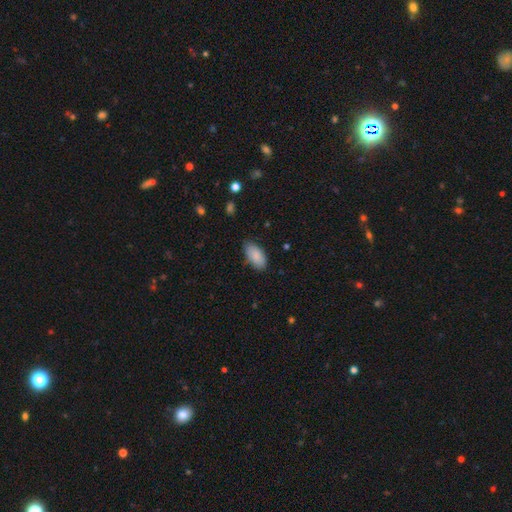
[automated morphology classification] smooth_or_featured: smooth (p=0.87) [alt: featured or disk p=0.07]
how_rounded: in between (p=0.94) [alt: cigar-shaped p=0.04]
merging: none (p=0.77) [alt: minor disturbance p=0.19]